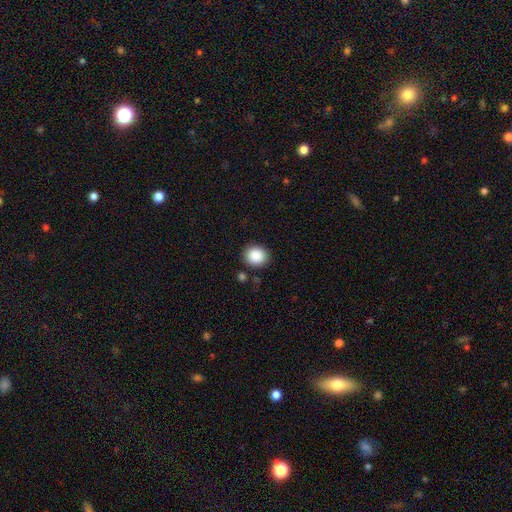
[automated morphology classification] This appears to be a smooth galaxy with no disk features (89%) that is round (78%). Merging: none (85%).